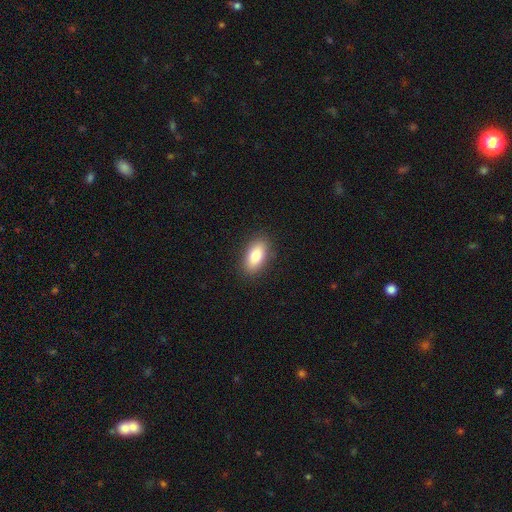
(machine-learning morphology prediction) Smooth or featured?
  - smooth: 82% *
  - featured or disk: 10%
  - star or artifact: 7%
How rounded?
  - in between: 89% *
  - cigar-shaped: 7%
  - round: 4%
Merging?
  - none: 88% *
  - minor disturbance: 9%
  - major disturbance: 2%
  - merger: 1%